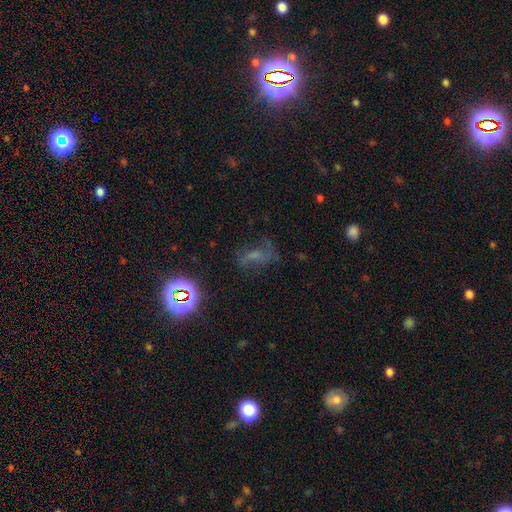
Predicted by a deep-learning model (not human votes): featured or disk 43%, star or artifact 32%, smooth 25%. Down the decision tree: merging — none (54%).